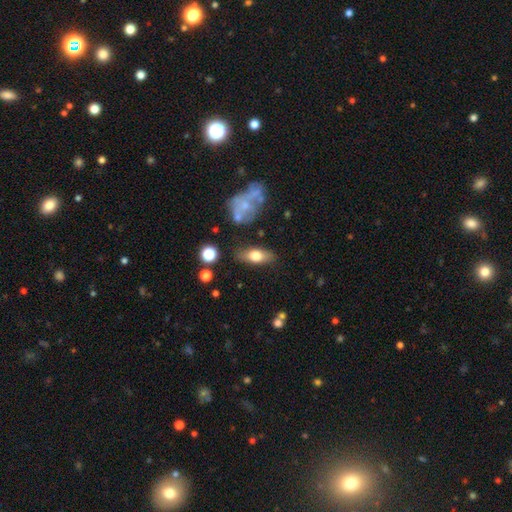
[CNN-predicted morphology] type=smooth (69%); roundness=in between (79%); merging=none (77%).